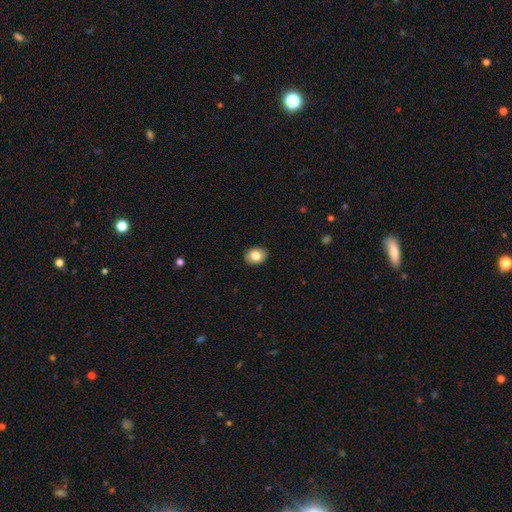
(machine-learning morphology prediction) Smooth or featured? Predicted: smooth (p=0.82). How rounded? Predicted: in between (p=0.61). Merging? Predicted: none (p=0.89).